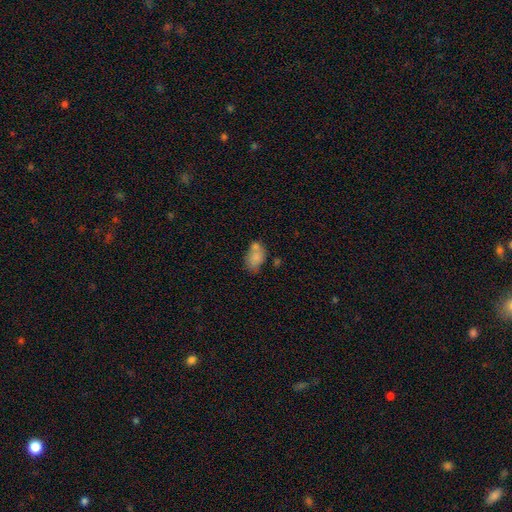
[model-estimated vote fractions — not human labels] Smooth or featured? Predicted: smooth (p=0.74). How rounded? Predicted: in between (p=0.83). Merging? Predicted: none (p=0.38).